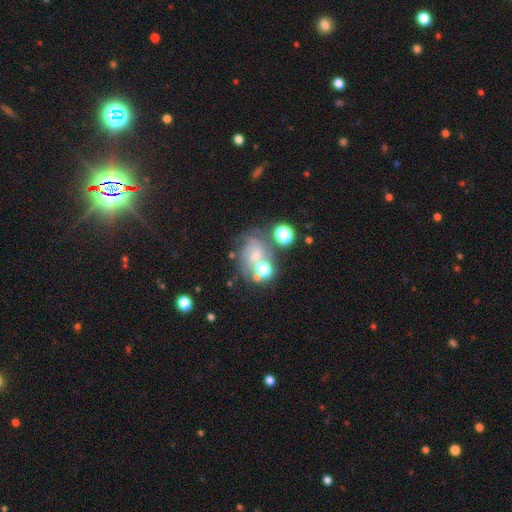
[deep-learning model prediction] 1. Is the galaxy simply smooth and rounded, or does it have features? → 44% featured or disk, 32% smooth, 24% star or artifact.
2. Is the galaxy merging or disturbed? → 45% none, 19% merger, 18% minor disturbance, 18% major disturbance.